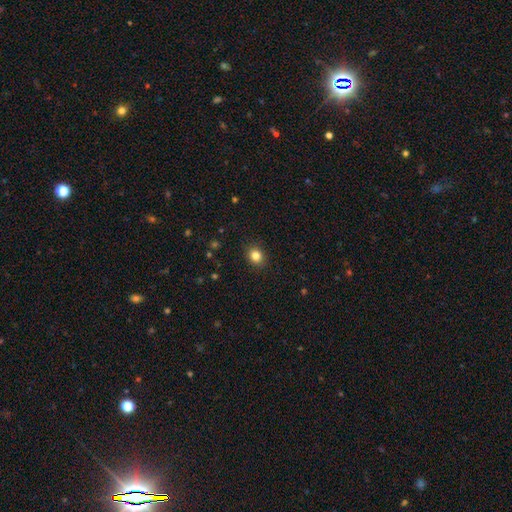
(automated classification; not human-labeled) smooth-or-featured: smooth: 83% | star or artifact: 12% | featured or disk: 5%
  how-rounded: round: 69% | in between: 30% | cigar-shaped: 1%
  merging: none: 90% | minor disturbance: 7% | major disturbance: 2% | merger: 1%